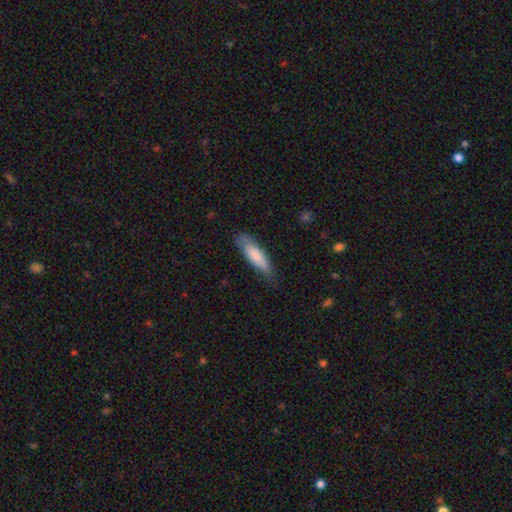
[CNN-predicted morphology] Smooth or featured? Predicted: smooth (p=0.79). How rounded? Predicted: cigar-shaped (p=0.56). Merging? Predicted: none (p=0.70).